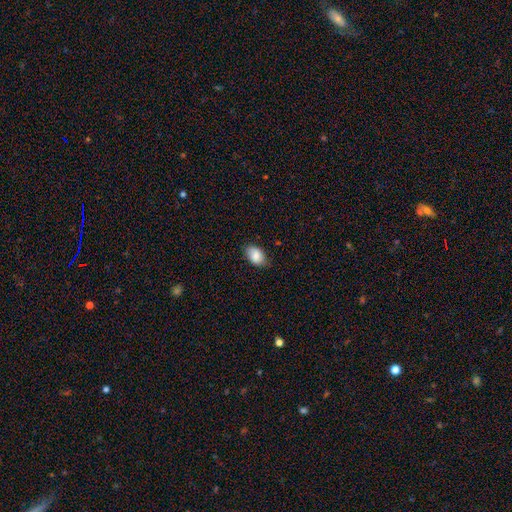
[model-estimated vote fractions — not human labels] Smooth or featured?
  - smooth: 84% *
  - featured or disk: 8%
  - star or artifact: 7%
How rounded?
  - in between: 87% *
  - round: 11%
  - cigar-shaped: 1%
Merging?
  - none: 76% *
  - minor disturbance: 19%
  - major disturbance: 3%
  - merger: 1%